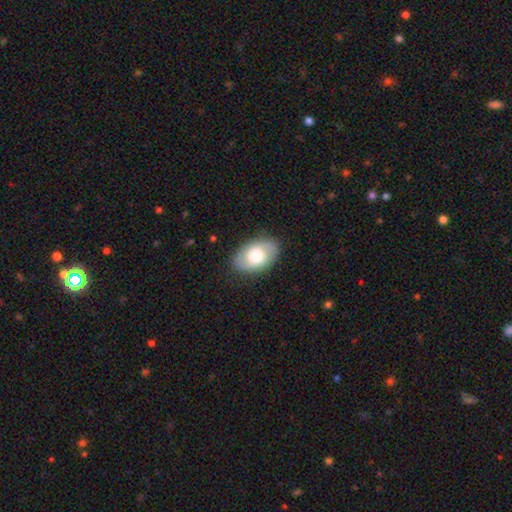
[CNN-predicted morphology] Smooth or featured: smooth — 54% (featured or disk — 40%)
How rounded: in between — 90% (round — 9%)
Merging: none — 84% (minor disturbance — 12%)